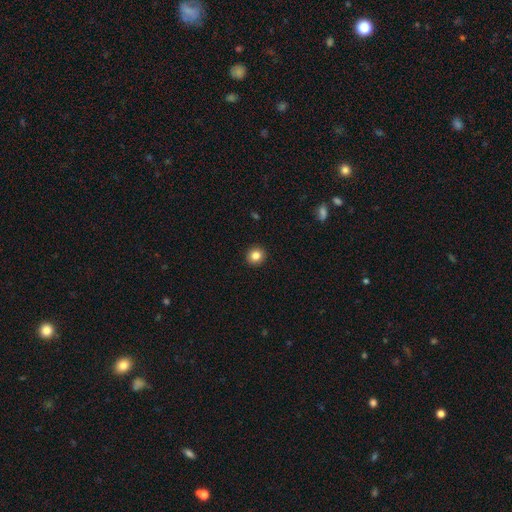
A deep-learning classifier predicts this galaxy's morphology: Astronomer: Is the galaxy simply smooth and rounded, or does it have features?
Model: smooth — 84%.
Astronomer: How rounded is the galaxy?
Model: round — 91%.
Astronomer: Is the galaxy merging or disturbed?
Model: none — 93%.